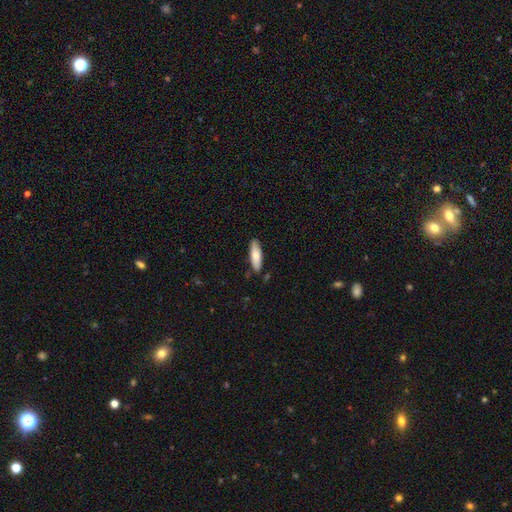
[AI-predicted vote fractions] Overall: smooth (73%). How rounded: in between (54%; cigar-shaped 44%). Merging: none (83%).